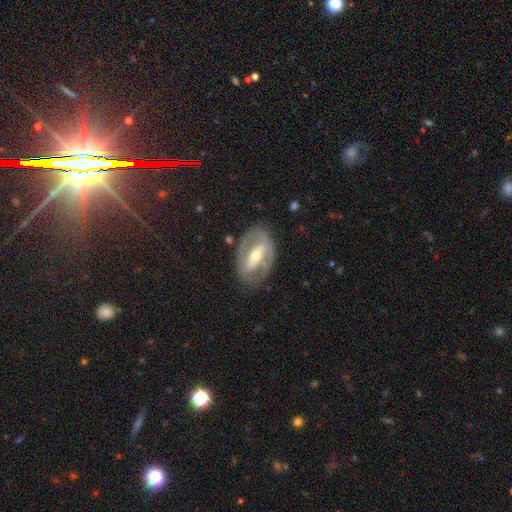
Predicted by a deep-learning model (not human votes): Smooth or featured? Predicted: featured or disk (p=0.79). Edge-on disk? Predicted: no (p=0.92). Bar? Predicted: strong (p=0.61). Spiral arms? Predicted: yes (p=0.61). Bulge size? Predicted: moderate (p=0.64). Merging? Predicted: none (p=0.78).